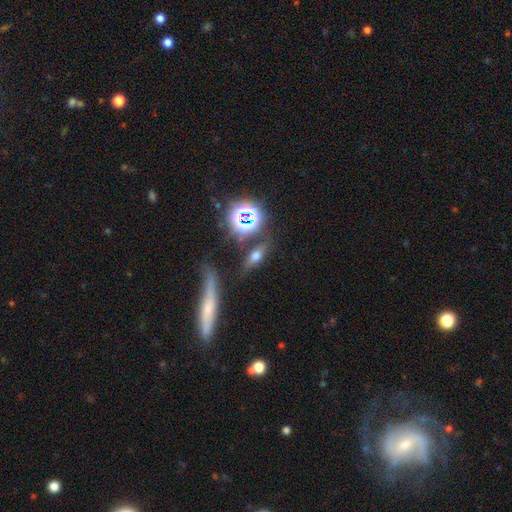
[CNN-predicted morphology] smooth_or_featured: smooth (p=0.47) [alt: featured or disk p=0.28]
merging: none (p=0.74) [alt: minor disturbance p=0.13]